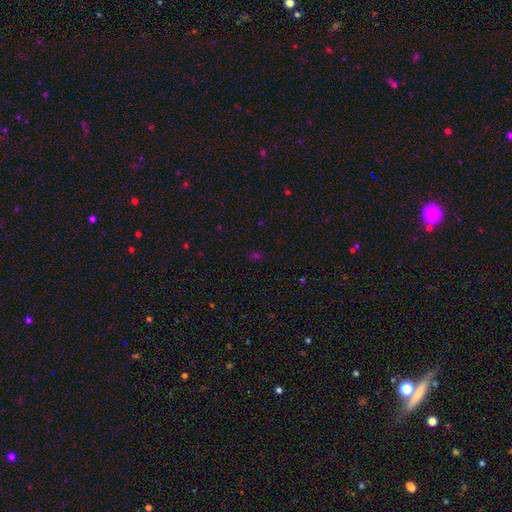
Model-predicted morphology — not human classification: Smooth or featured? smooth (49%)
Merging? none (80%)